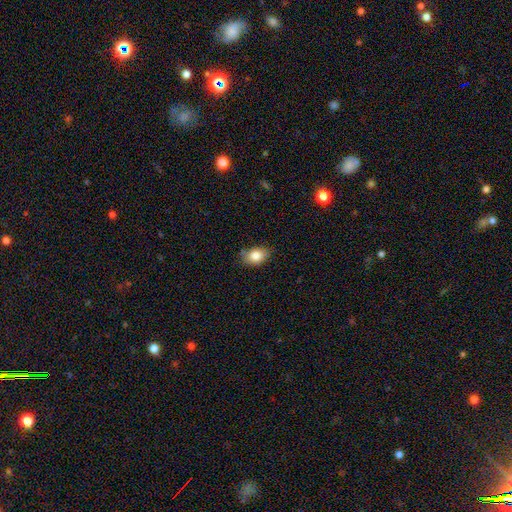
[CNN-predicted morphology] type=smooth (83%); roundness=in between (77%); merging=none (74%).